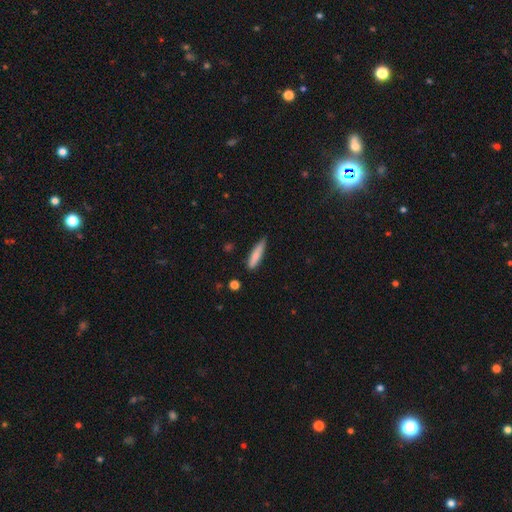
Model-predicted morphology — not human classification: Smooth or featured: smooth — 80% (featured or disk — 13%)
How rounded: cigar-shaped — 82% (in between — 16%)
Merging: none — 73% (minor disturbance — 22%)